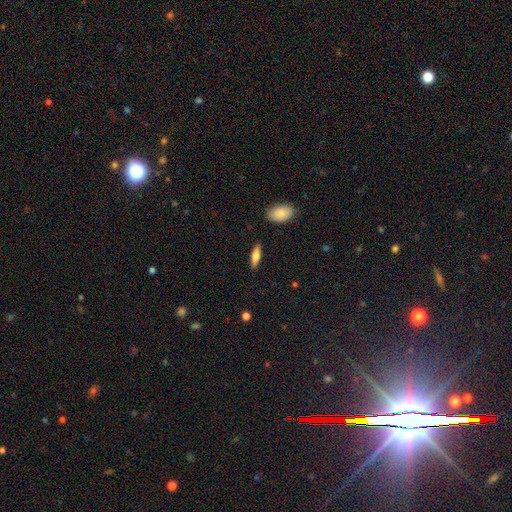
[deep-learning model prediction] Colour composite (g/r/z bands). It shows a smooth galaxy with no disk features (63%) that is cigar-shaped (50%). Merging: none (88%).